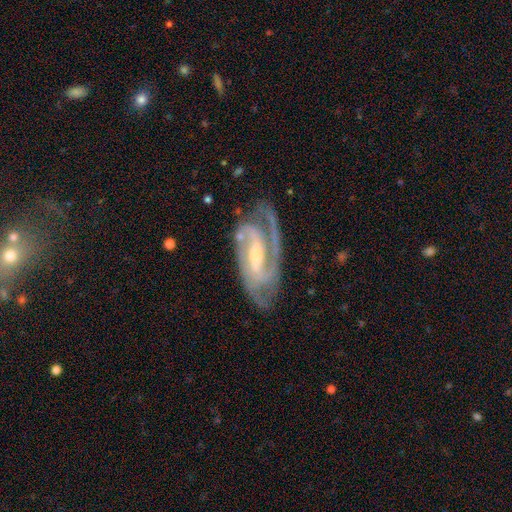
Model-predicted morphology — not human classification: Smooth or featured: featured or disk — 91% (smooth — 5%)
Edge-on disk: no — 95% (yes — 5%)
Bar: strong — 47% (weak — 38%)
Spiral arms: yes — 98% (no — 2%)
Spiral winding: medium — 47% (tight — 44%)
Spiral arm count: 2 — 70% (3 — 15%)
Bulge size: small — 48% (moderate — 46%)
Merging: none — 71% (minor disturbance — 18%)